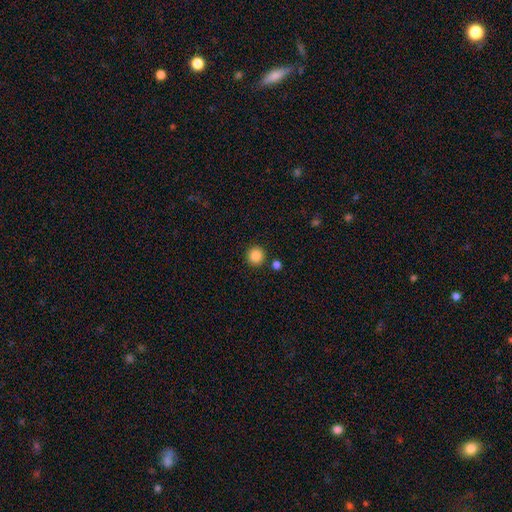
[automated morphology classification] smooth 87%, star or artifact 10%, featured or disk 3%. Down the decision tree: how rounded — round (94%); merging — none (88%).